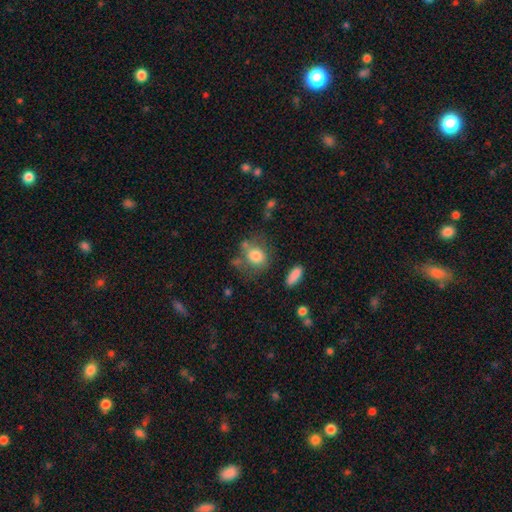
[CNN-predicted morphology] Q: Smooth or featured?
A: smooth (78%); runner-up: featured or disk (13%)
Q: How rounded?
A: round (58%); runner-up: in between (41%)
Q: Merging?
A: none (58%); runner-up: minor disturbance (20%)